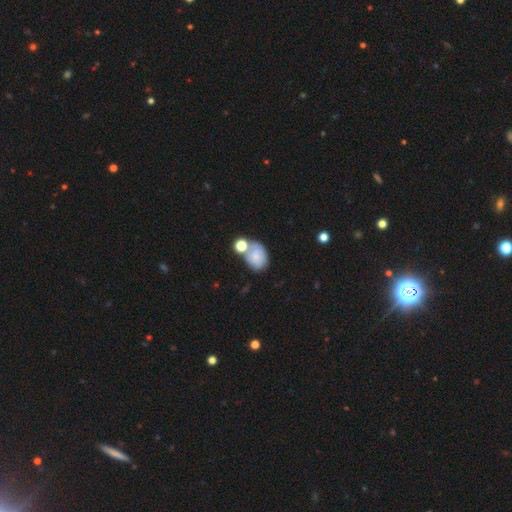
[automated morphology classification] Overall: smooth (73%). How rounded: in between (65%; round 34%). Merging: none (43%; merger 33%).